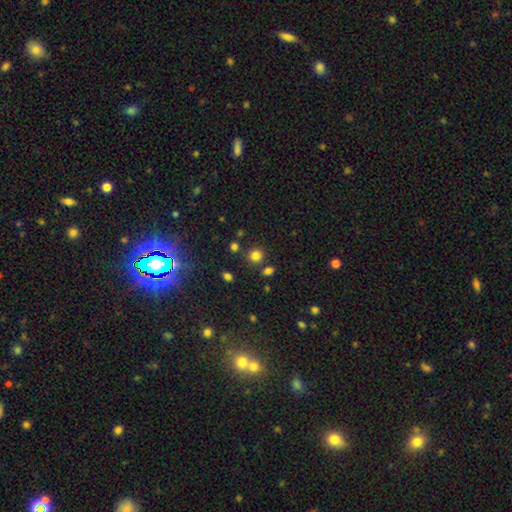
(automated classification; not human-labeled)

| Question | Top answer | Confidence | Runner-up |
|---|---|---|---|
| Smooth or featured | smooth | 80% | star or artifact (15%) |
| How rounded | round | 86% | in between (13%) |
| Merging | none | 80% | merger (9%) |